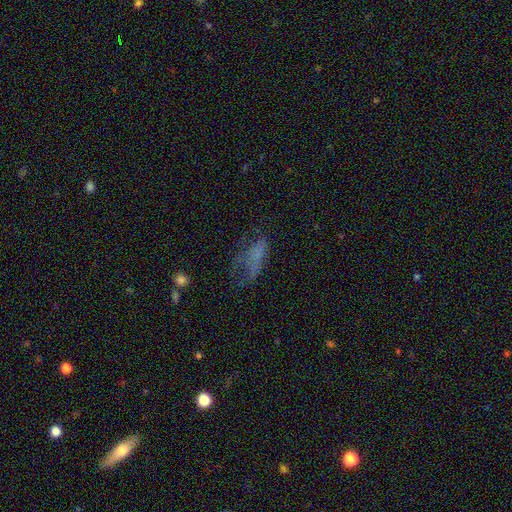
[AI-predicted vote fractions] Overall: smooth (49%; featured or disk 33%). Merging: major disturbance (43%; none 31%).